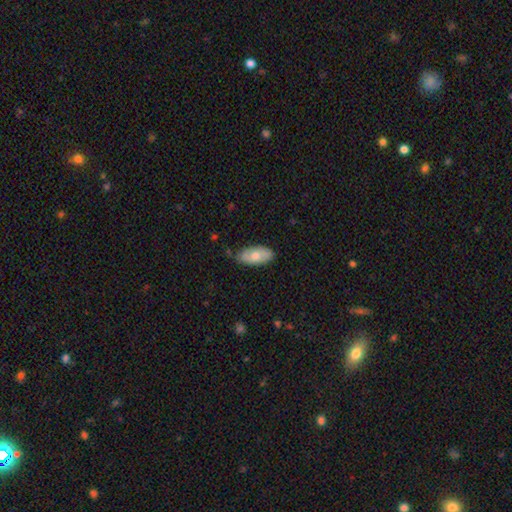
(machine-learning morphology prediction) Overall: smooth (68%). How rounded: in between (91%). Merging: none (74%).